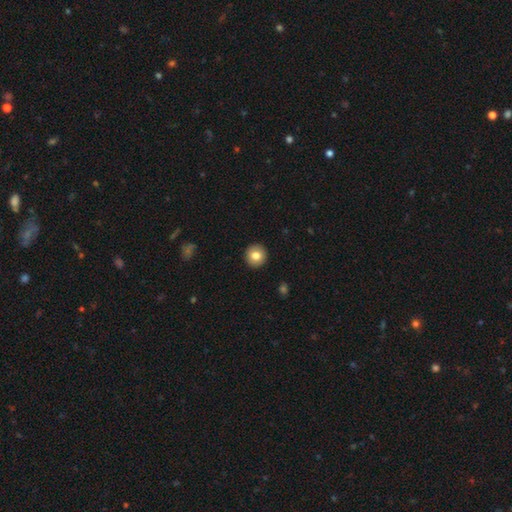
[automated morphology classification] This is clearly a smooth galaxy (80%). How rounded: clearly round (94%). Merging: clearly none (93%).